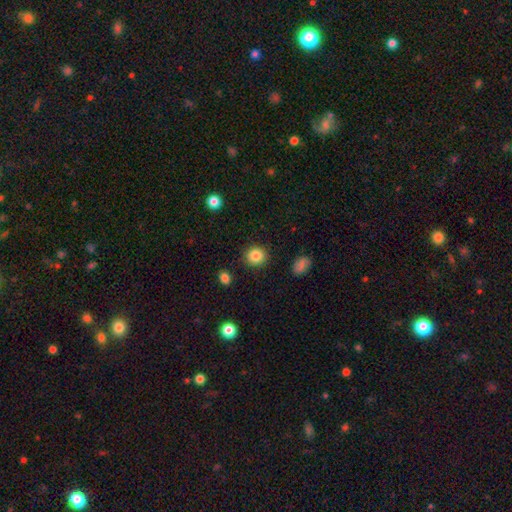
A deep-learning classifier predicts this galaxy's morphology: smooth_or_featured: smooth (p=0.85) [alt: star or artifact p=0.10]
how_rounded: round (p=0.87) [alt: in between p=0.12]
merging: none (p=0.90) [alt: minor disturbance p=0.07]